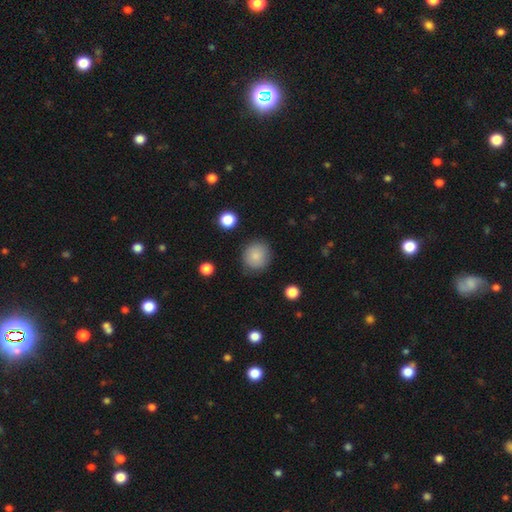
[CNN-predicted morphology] Smooth or featured?
  - smooth: 85% *
  - star or artifact: 9%
  - featured or disk: 7%
How rounded?
  - round: 86% *
  - in between: 13%
  - cigar-shaped: 1%
Merging?
  - none: 82% *
  - minor disturbance: 12%
  - major disturbance: 4%
  - merger: 2%